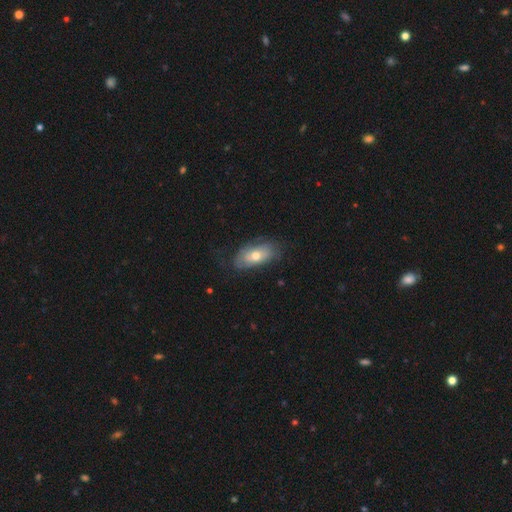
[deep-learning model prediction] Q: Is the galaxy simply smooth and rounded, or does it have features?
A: smooth — 56%.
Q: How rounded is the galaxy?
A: in between — 89%.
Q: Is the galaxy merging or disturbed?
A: none — 66%.